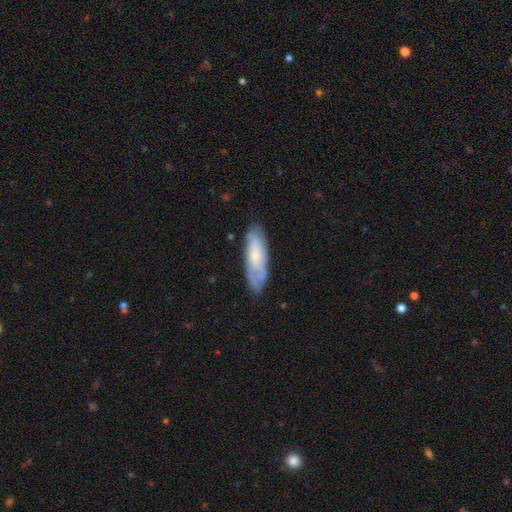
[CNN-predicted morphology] smooth_or_featured: smooth (p=0.48) [alt: featured or disk p=0.46]
merging: none (p=0.72) [alt: minor disturbance p=0.21]